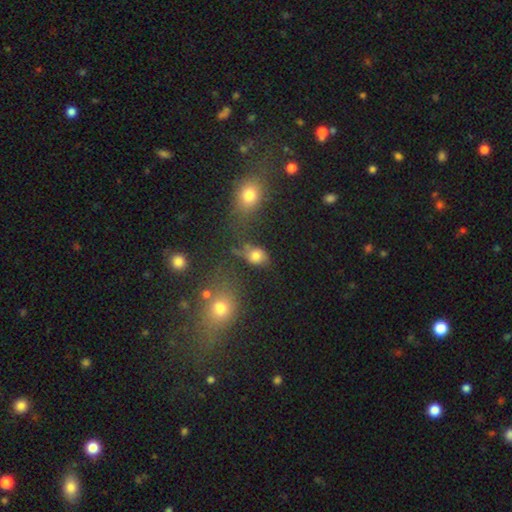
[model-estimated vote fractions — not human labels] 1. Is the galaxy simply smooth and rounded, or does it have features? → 71% smooth, 15% star or artifact, 14% featured or disk.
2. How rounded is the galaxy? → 55% in between, 43% round, 2% cigar-shaped.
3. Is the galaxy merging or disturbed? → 47% none, 22% minor disturbance, 16% merger, 15% major disturbance.